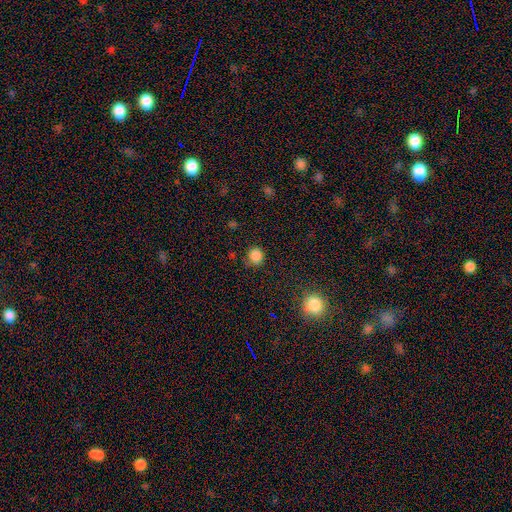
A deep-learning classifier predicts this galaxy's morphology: smooth-or-featured: smooth: 84% | star or artifact: 13% | featured or disk: 3%
  how-rounded: round: 89% | in between: 10% | cigar-shaped: 1%
  merging: none: 82% | minor disturbance: 12% | major disturbance: 4% | merger: 2%